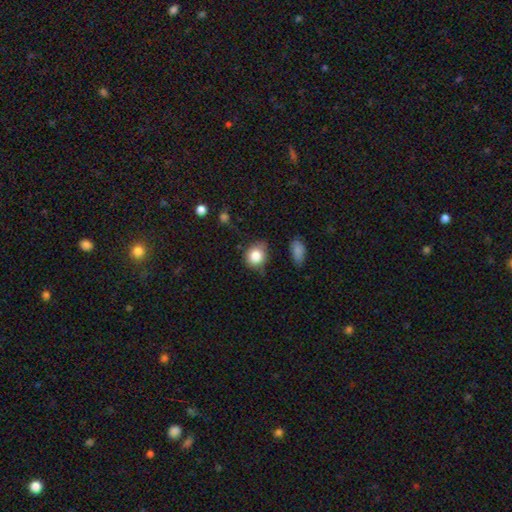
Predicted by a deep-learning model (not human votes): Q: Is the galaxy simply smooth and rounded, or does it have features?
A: smooth — 83%.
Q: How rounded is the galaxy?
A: round — 71%.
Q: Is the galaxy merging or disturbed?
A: none — 59%.